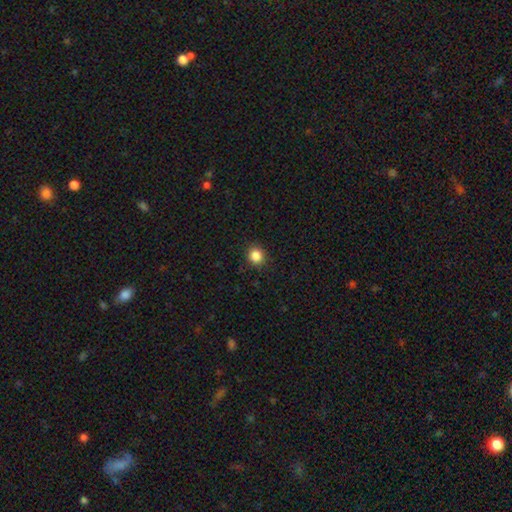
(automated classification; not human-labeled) The model was most divided on "smooth or featured": smooth: 85%, star or artifact: 11%, featured or disk: 4%. More confident: merging — none (90%); how rounded — round (87%).